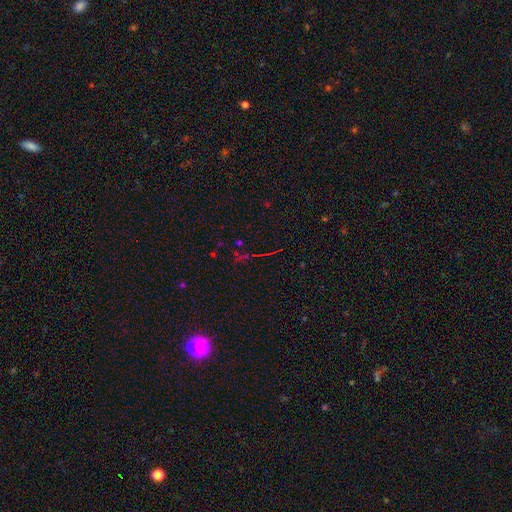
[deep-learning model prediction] A star or artifact, not a galaxy (71%).